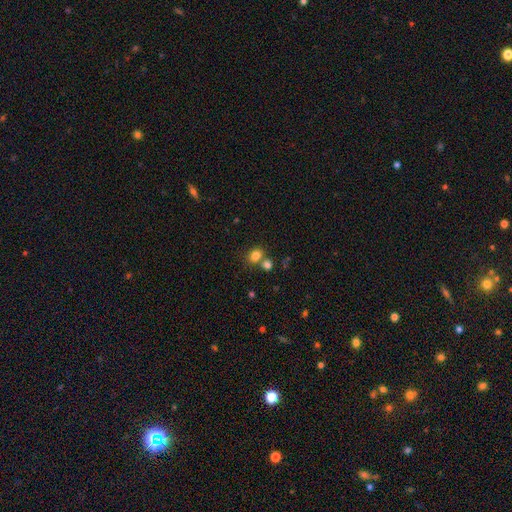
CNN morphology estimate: Smooth or featured? smooth (81%)
How rounded? round (59%)
Merging? none (58%)